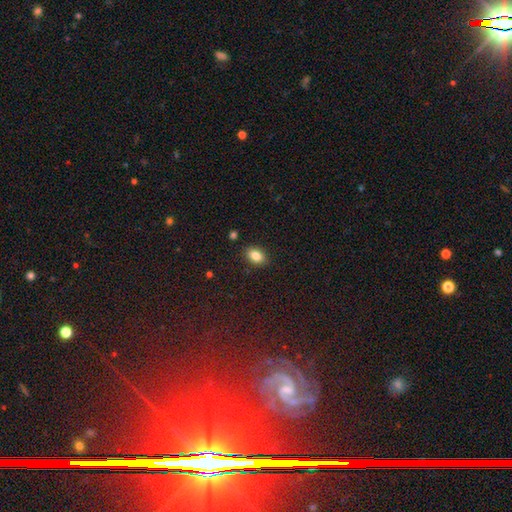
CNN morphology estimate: Smooth or featured? Predicted: smooth (p=0.83). How rounded? Predicted: in between (p=0.86). Merging? Predicted: none (p=0.88).